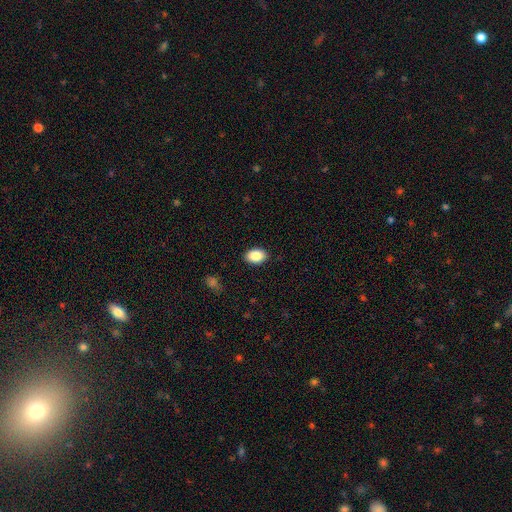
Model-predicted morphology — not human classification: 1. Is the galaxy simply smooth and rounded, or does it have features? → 88% smooth, 7% star or artifact, 5% featured or disk.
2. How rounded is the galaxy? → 85% in between, 14% round, 1% cigar-shaped.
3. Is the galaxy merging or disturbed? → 89% none, 8% minor disturbance, 2% major disturbance, 1% merger.